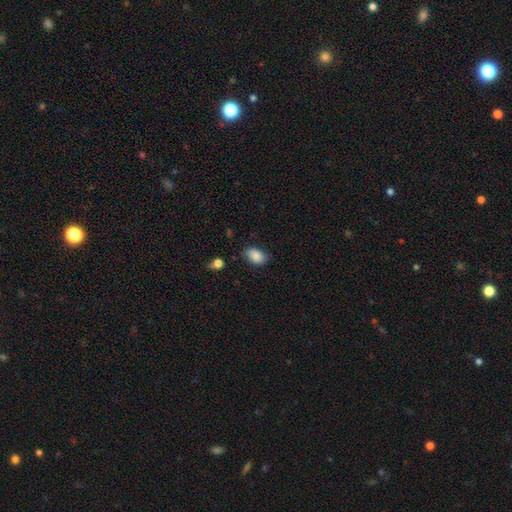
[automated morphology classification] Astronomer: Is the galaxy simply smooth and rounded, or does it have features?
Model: smooth — 85%.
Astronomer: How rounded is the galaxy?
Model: in between — 84%.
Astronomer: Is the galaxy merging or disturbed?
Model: none — 76%.